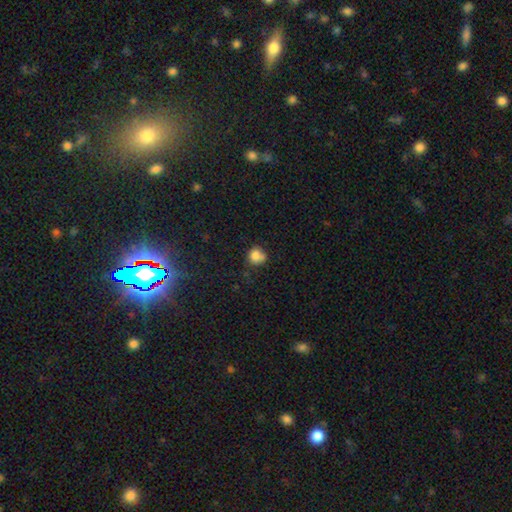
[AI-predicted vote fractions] Smooth or featured?
  - smooth: 82% *
  - star or artifact: 11%
  - featured or disk: 7%
How rounded?
  - round: 85% *
  - in between: 14%
  - cigar-shaped: 1%
Merging?
  - none: 63% *
  - minor disturbance: 24%
  - merger: 7%
  - major disturbance: 6%